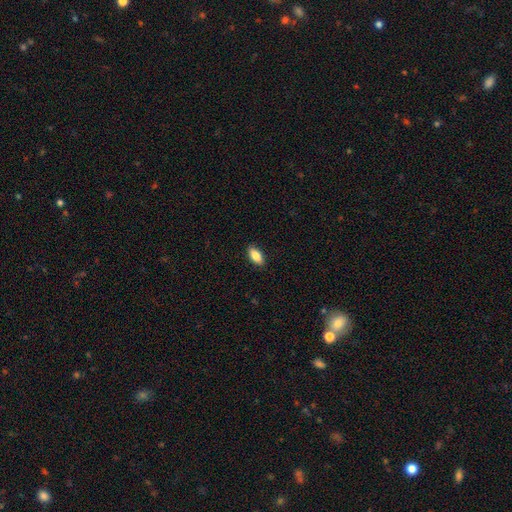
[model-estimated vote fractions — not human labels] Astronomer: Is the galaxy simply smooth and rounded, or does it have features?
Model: smooth — 85%.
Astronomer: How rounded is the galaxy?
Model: in between — 89%.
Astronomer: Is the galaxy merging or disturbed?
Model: none — 89%.